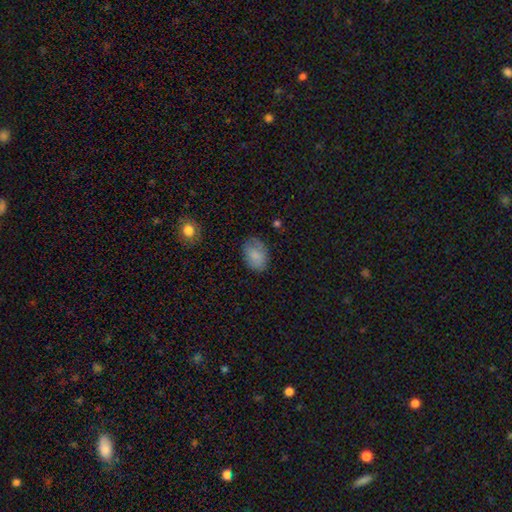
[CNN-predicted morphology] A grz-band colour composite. It shows a smooth galaxy with no disk features (82%) that is in between round and cigar-shaped (84%). Merging: none (74%).